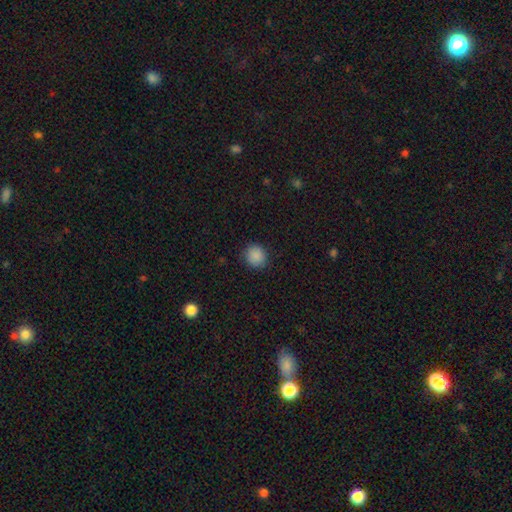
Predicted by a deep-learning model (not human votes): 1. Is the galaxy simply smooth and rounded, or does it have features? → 88% smooth, 9% star or artifact, 3% featured or disk.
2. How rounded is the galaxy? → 88% round, 11% in between, 1% cigar-shaped.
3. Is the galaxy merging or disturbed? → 88% none, 8% minor disturbance, 2% major disturbance, 1% merger.